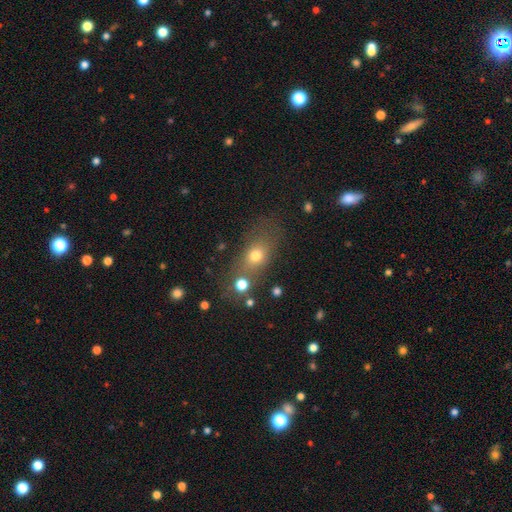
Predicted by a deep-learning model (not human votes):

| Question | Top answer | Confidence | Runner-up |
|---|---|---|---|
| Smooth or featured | smooth | 69% | star or artifact (17%) |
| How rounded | in between | 58% | round (36%) |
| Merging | none | 61% | minor disturbance (15%) |